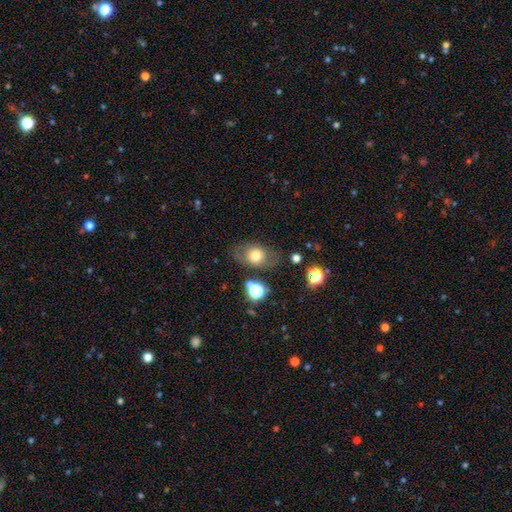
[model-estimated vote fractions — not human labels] Q: Smooth or featured?
A: smooth (67%); runner-up: featured or disk (22%)
Q: How rounded?
A: in between (67%); runner-up: round (31%)
Q: Merging?
A: none (71%); runner-up: minor disturbance (17%)